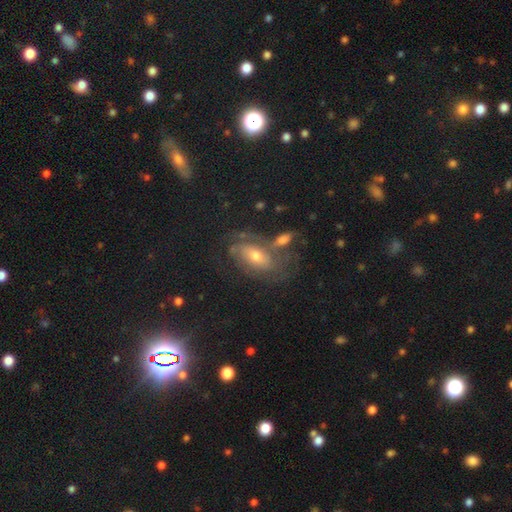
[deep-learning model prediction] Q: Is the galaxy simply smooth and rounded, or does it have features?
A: featured or disk — 52%.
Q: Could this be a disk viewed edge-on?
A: no — 86%.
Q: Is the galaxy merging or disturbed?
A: none — 60%.